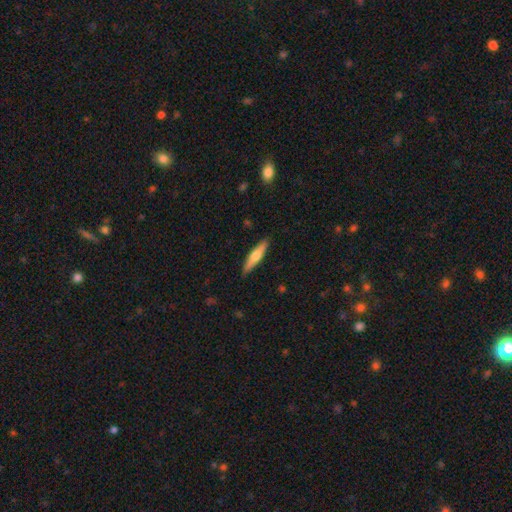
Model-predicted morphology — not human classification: Q: Smooth or featured?
A: smooth (50%); runner-up: featured or disk (44%)
Q: How rounded?
A: cigar-shaped (81%); runner-up: in between (17%)
Q: Merging?
A: none (89%); runner-up: minor disturbance (8%)